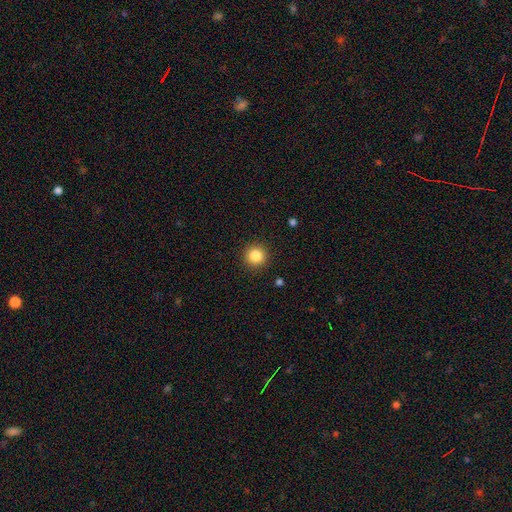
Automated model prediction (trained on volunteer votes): A smooth galaxy with no disk features (85%) that is round (95%).

Vote fractions:
- Smooth or featured? smooth: 85% / star or artifact: 11% / featured or disk: 5%
- How rounded? round: 95% / in between: 4% / cigar-shaped: 1%
- Merging? none: 92% / minor disturbance: 5% / major disturbance: 2% / merger: 1%